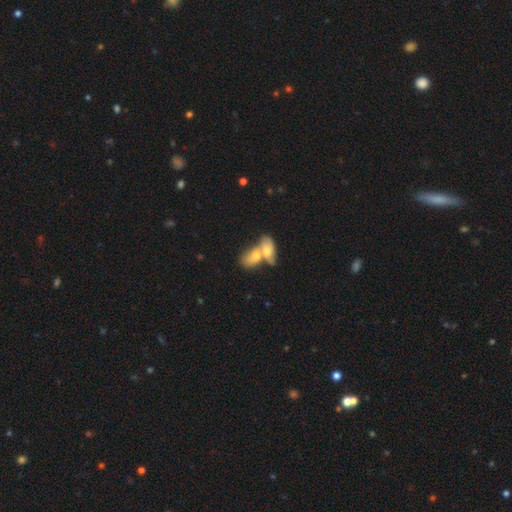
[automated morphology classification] Smooth or featured? Predicted: smooth (p=0.66). How rounded? Predicted: in between (p=0.85). Merging? Predicted: merger (p=0.75).